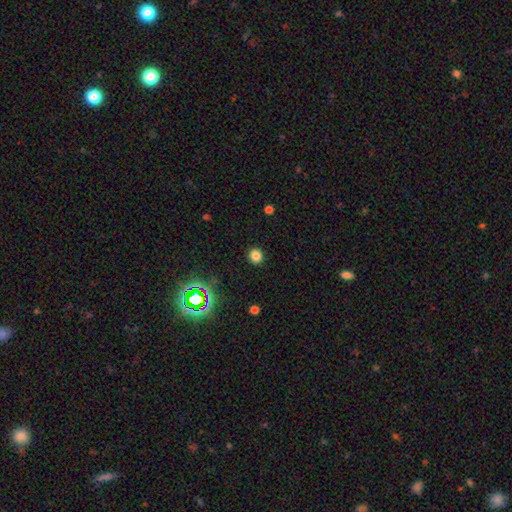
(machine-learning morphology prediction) smooth-or-featured: smooth: 81% | star or artifact: 15% | featured or disk: 4%
  how-rounded: round: 89% | in between: 10% | cigar-shaped: 1%
  merging: none: 92% | minor disturbance: 5% | major disturbance: 2% | merger: 1%